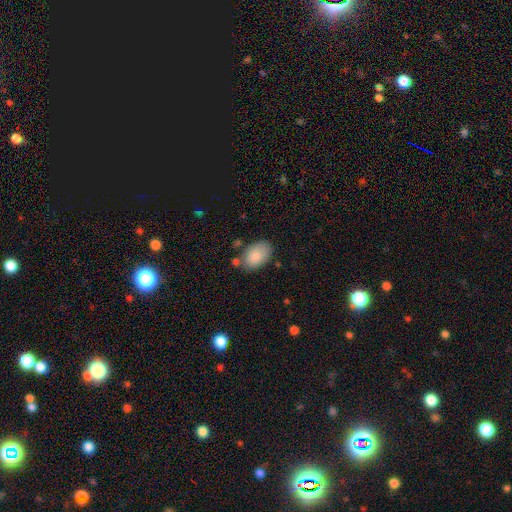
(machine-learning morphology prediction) This is clearly a smooth galaxy (86%). How rounded: clearly in between (92%). Merging: likely none (74%).